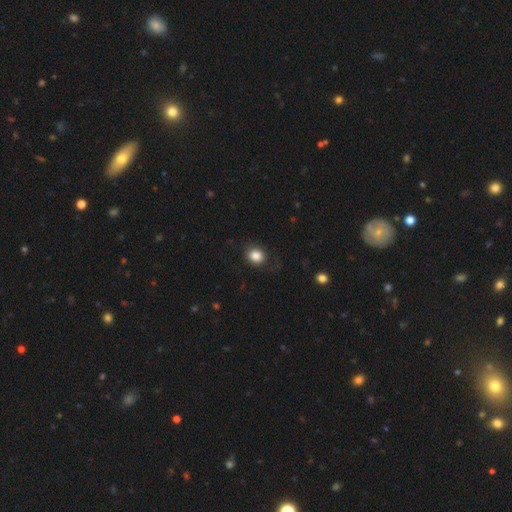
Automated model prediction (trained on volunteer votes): smooth 85%, star or artifact 10%, featured or disk 5%. Down the decision tree: how rounded — round (72%); merging — none (81%).